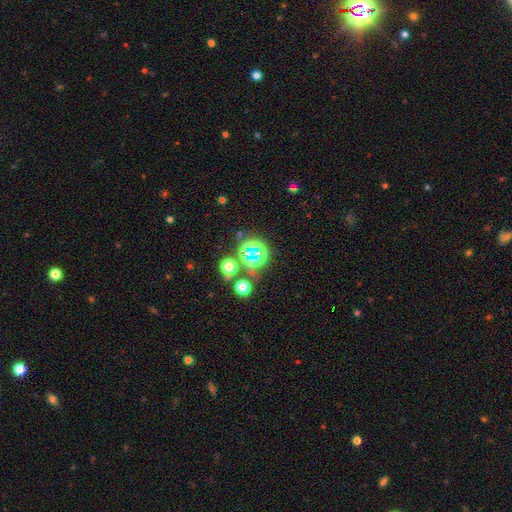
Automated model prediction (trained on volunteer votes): This is likely a star or artifact rather than a galaxy (63%).